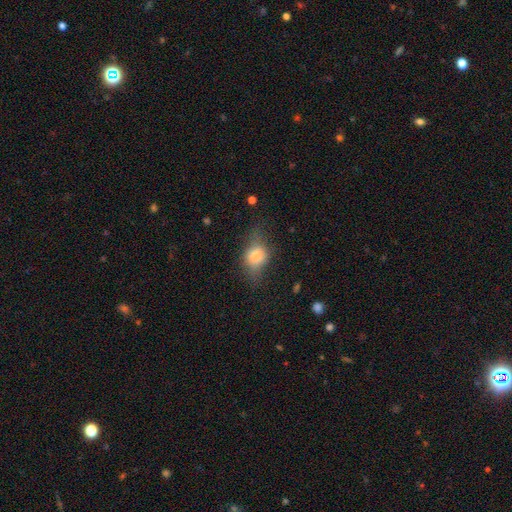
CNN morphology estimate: This appears to be a smooth galaxy with no disk features (67%) that is in between round and cigar-shaped (59%). Merging: none (46%).